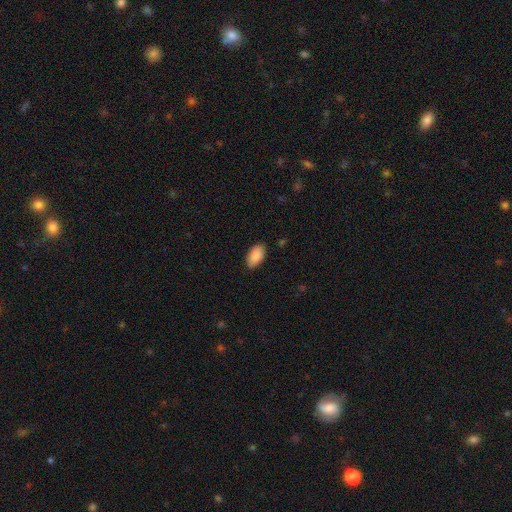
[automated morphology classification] Q: Smooth or featured?
A: smooth (90%); runner-up: star or artifact (6%)
Q: How rounded?
A: in between (95%); runner-up: round (3%)
Q: Merging?
A: none (87%); runner-up: minor disturbance (10%)